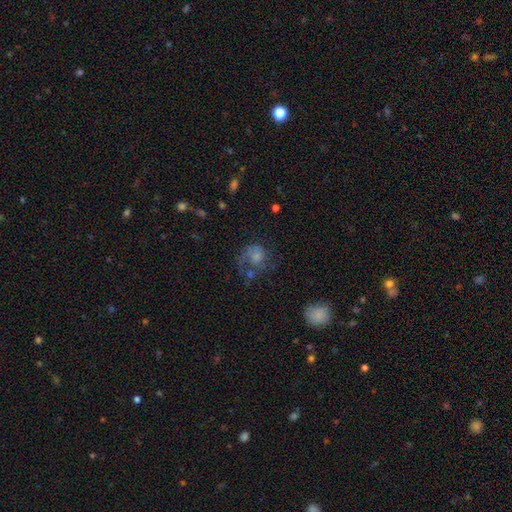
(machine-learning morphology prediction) This is possibly a featured or disk galaxy (46%). Merging: marginally major disturbance (41%).